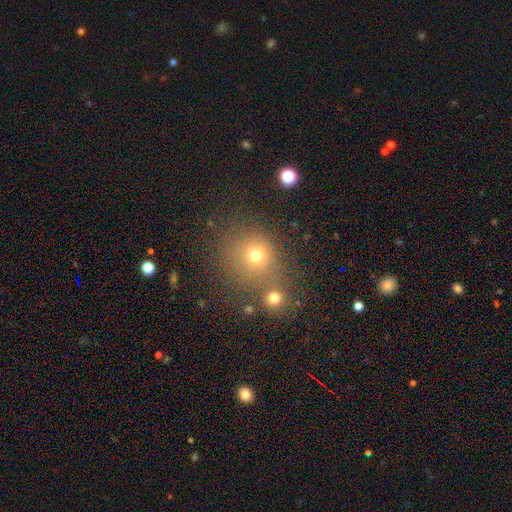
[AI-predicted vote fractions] A smooth galaxy with no disk features (69%) that is round (85%).

Vote fractions:
- Smooth or featured? smooth: 69% / star or artifact: 20% / featured or disk: 11%
- How rounded? round: 85% / in between: 14% / cigar-shaped: 1%
- Merging? none: 58% / merger: 27% / minor disturbance: 10% / major disturbance: 5%